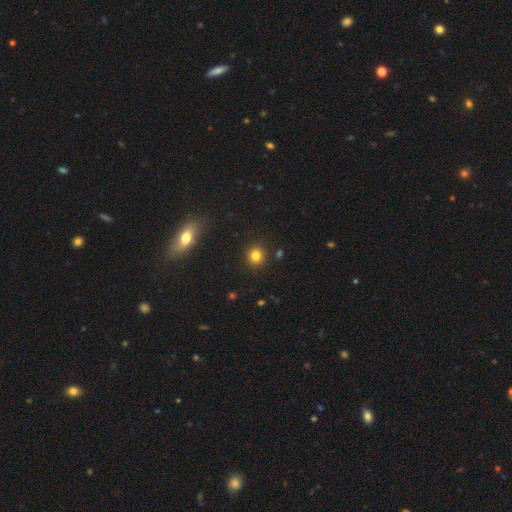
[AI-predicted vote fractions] A smooth galaxy with no disk features (82%) that is round (89%). Merging: none (89%).